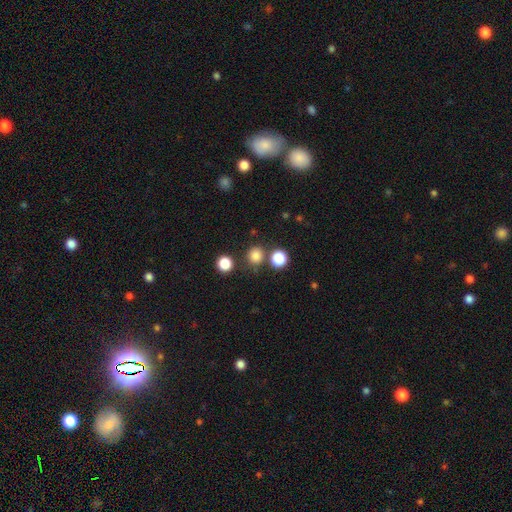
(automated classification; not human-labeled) Morphology: type=smooth (81%); roundness=round (87%); merging=none (78%).